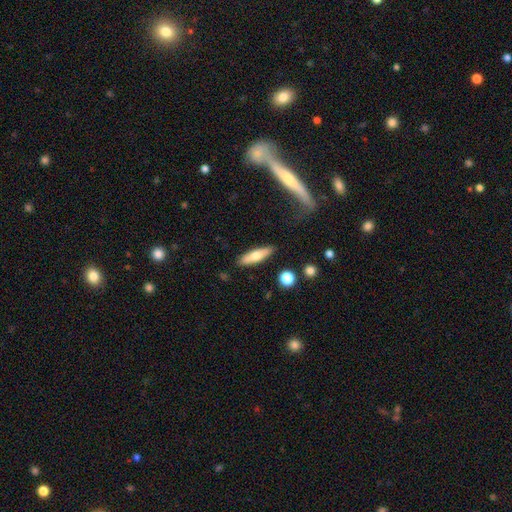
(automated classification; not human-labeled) This is likely a smooth galaxy (64%). How rounded: likely cigar-shaped (63%). Merging: clearly none (85%).